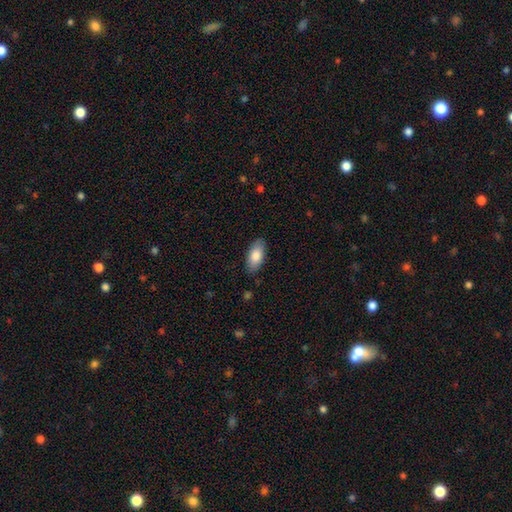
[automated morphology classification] Smooth or featured? Predicted: smooth (p=0.84). How rounded? Predicted: in between (p=0.89). Merging? Predicted: none (p=0.85).